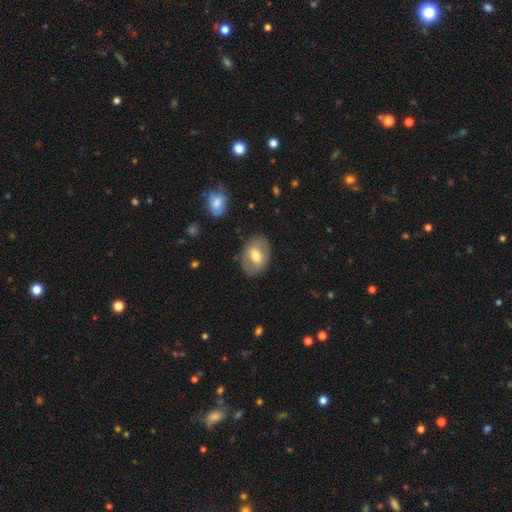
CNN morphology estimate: type=smooth (52%); roundness=in between (76%); merging=none (81%).